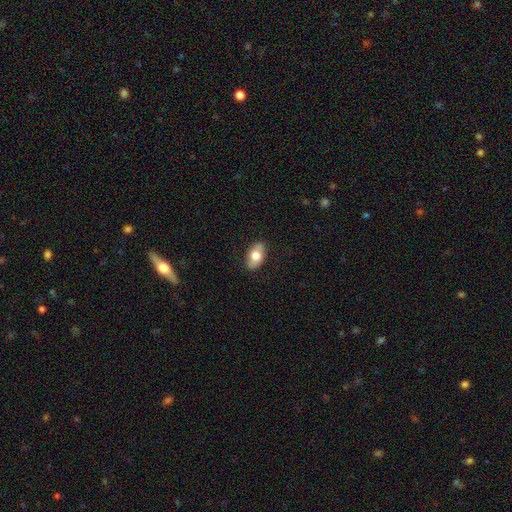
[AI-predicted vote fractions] This is likely a smooth galaxy (71%). How rounded: clearly in between (91%). Merging: clearly none (85%).